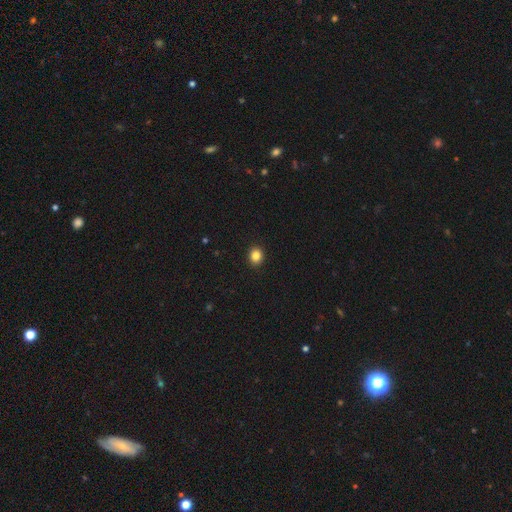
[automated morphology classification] The model was most divided on "how rounded": round: 75%, in between: 24%, cigar-shaped: 1%. More confident: merging — none (92%); smooth or featured — smooth (85%).